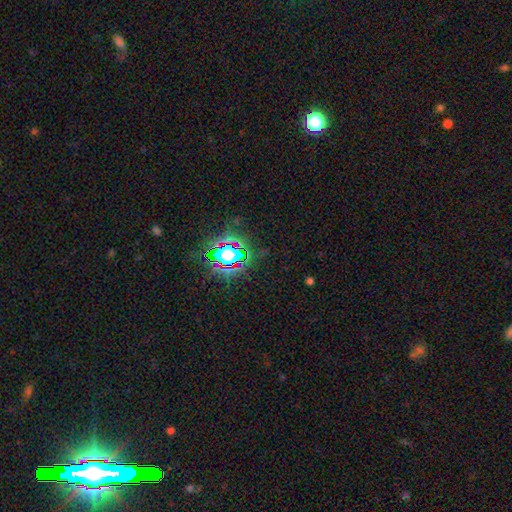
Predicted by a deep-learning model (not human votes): Smooth or featured? star or artifact (82%)